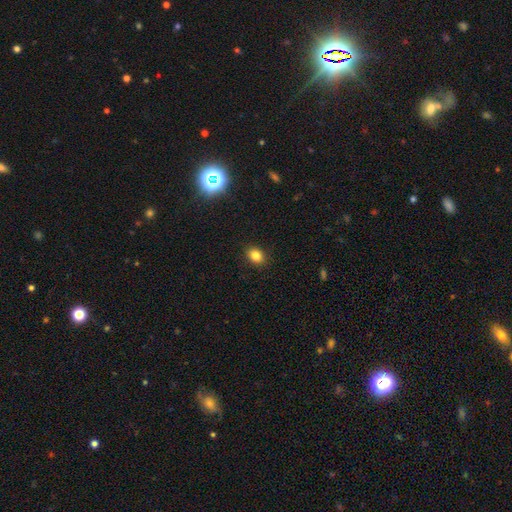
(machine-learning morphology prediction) Overall: smooth (83%). How rounded: in between (62%; round 37%). Merging: none (90%).